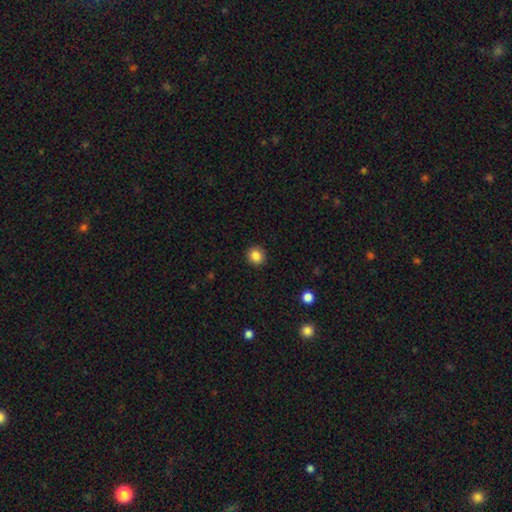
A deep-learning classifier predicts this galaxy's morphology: Overall: smooth (86%). How rounded: round (90%). Merging: none (92%).